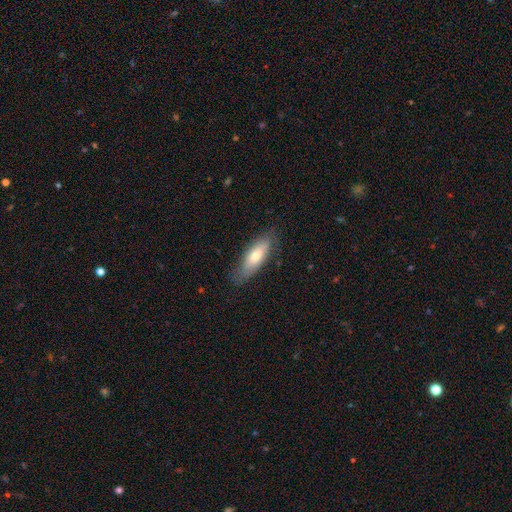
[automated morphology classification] A smooth galaxy with no disk features (65%) that is in between round and cigar-shaped (65%). Merging: none (75%).